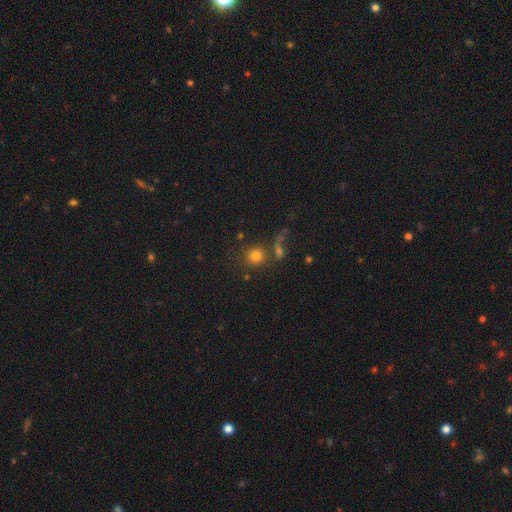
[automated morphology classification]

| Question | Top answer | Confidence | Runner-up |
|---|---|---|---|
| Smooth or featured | smooth | 76% | star or artifact (15%) |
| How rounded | round | 85% | in between (14%) |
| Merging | none | 60% | merger (23%) |